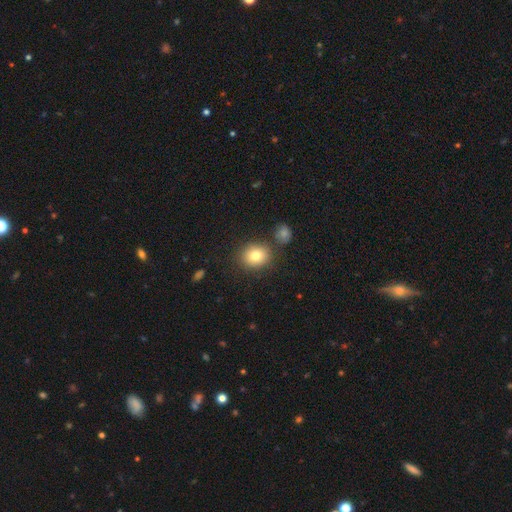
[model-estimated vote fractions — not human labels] The model was most divided on "how rounded": round: 71%, in between: 28%, cigar-shaped: 1%. More confident: smooth or featured — smooth (80%); merging — none (79%).